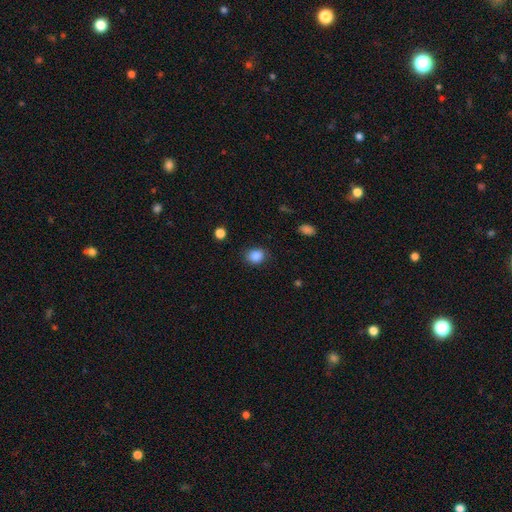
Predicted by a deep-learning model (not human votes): Overall: smooth (87%). How rounded: round (61%; in between 38%). Merging: none (83%).